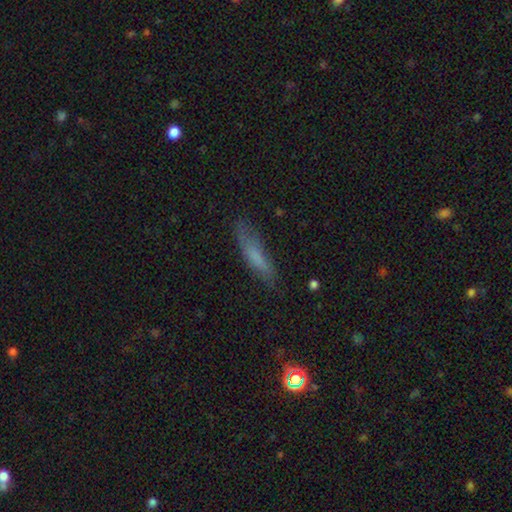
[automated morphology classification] The model was most divided on "smooth or featured": smooth: 67%, featured or disk: 24%, star or artifact: 9%. More confident: how rounded — cigar-shaped (77%); merging — none (72%).